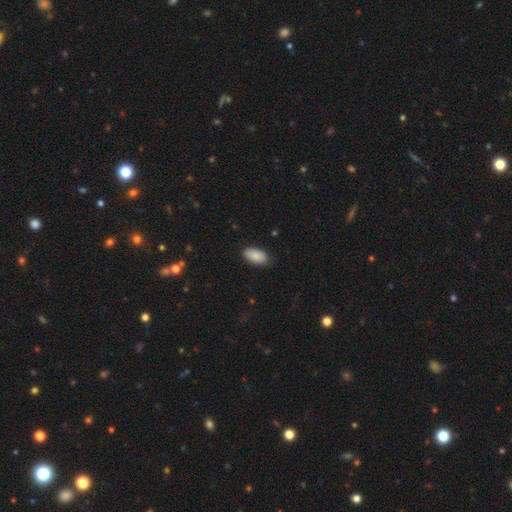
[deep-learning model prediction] Smooth or featured? smooth (85%)
How rounded? in between (95%)
Merging? none (81%)